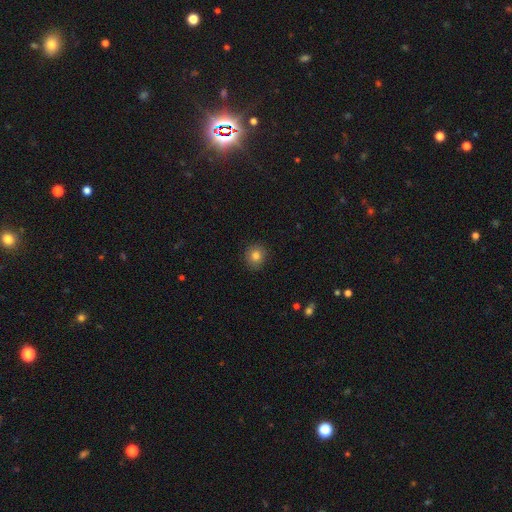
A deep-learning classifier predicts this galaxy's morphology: This appears to be a smooth galaxy with no disk features (82%) that is round (88%). Merging: none (90%).